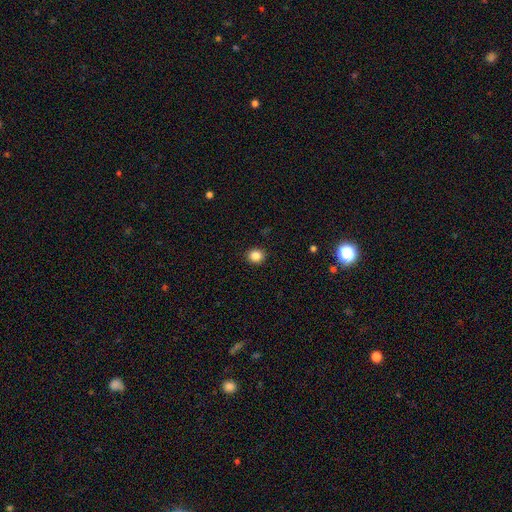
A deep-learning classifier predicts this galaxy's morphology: smooth_or_featured: smooth (p=0.86) [alt: star or artifact p=0.10]
how_rounded: round (p=0.81) [alt: in between p=0.18]
merging: none (p=0.91) [alt: minor disturbance p=0.06]